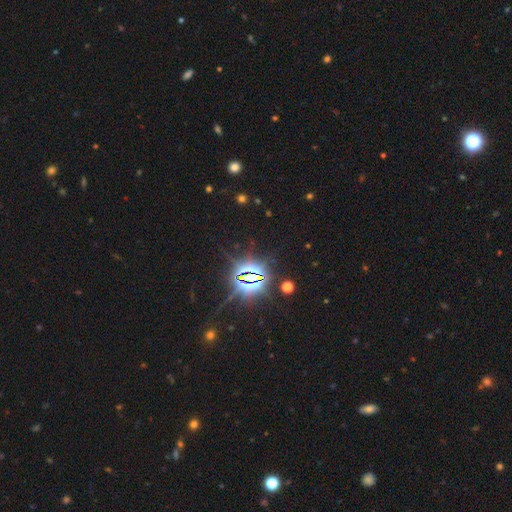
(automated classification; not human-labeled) This appears to be a star or artifact, not a galaxy (83%).